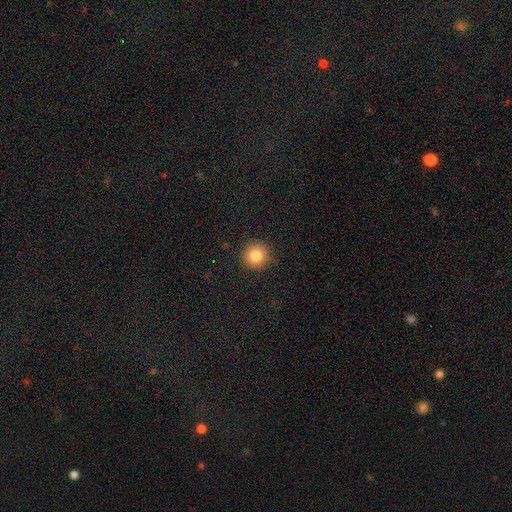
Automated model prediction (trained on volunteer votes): Smooth or featured: smooth — 82% (star or artifact — 11%)
How rounded: round — 94% (in between — 5%)
Merging: none — 91% (minor disturbance — 6%)